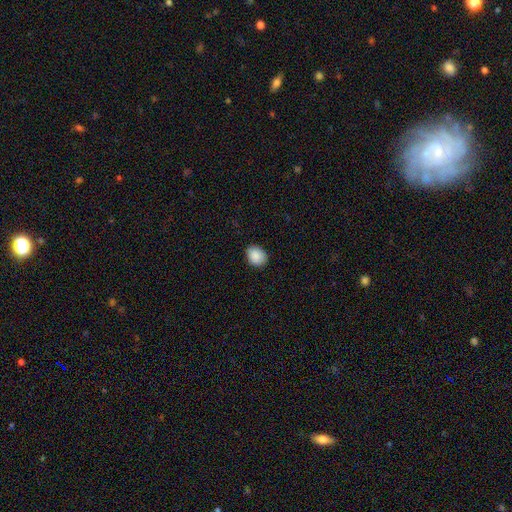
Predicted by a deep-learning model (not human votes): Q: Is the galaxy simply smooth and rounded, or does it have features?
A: smooth — 89%.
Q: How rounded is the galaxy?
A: in between — 57%.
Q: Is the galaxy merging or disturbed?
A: none — 86%.